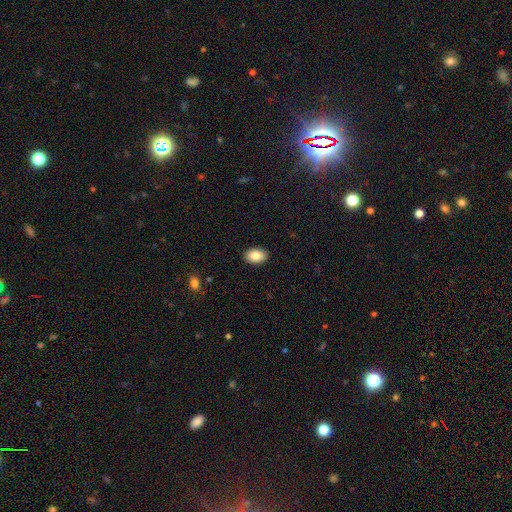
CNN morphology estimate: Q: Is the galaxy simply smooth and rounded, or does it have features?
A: smooth — 85%.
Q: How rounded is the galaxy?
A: in between — 87%.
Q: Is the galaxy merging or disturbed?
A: none — 90%.